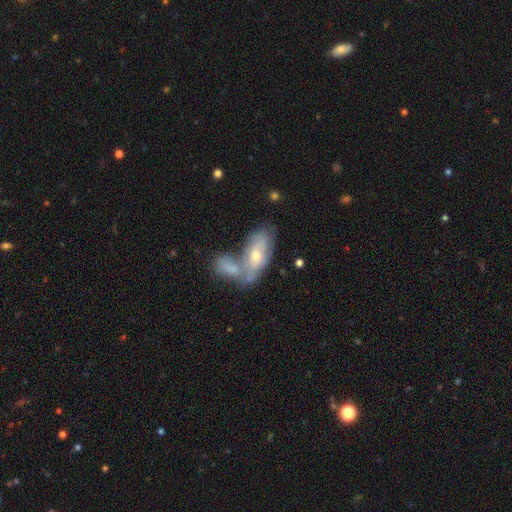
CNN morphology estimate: Smooth or featured? smooth (49%)
Merging? merger (53%)